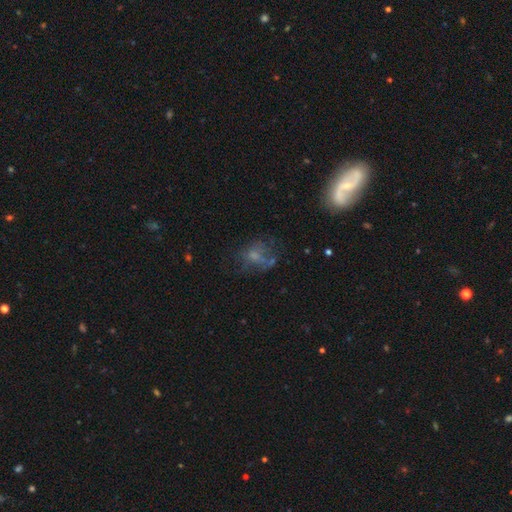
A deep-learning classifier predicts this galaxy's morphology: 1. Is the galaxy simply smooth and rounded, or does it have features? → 42% smooth, 40% featured or disk, 18% star or artifact.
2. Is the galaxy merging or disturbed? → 41% none, 29% major disturbance, 20% minor disturbance, 9% merger.